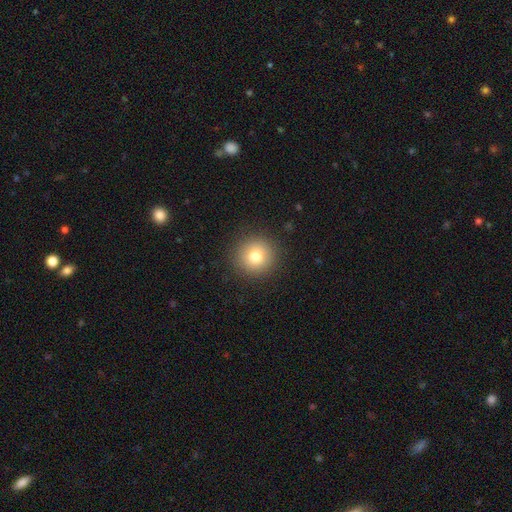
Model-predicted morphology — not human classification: Smooth or featured? Predicted: smooth (p=0.78). How rounded? Predicted: round (p=0.94). Merging? Predicted: none (p=0.91).